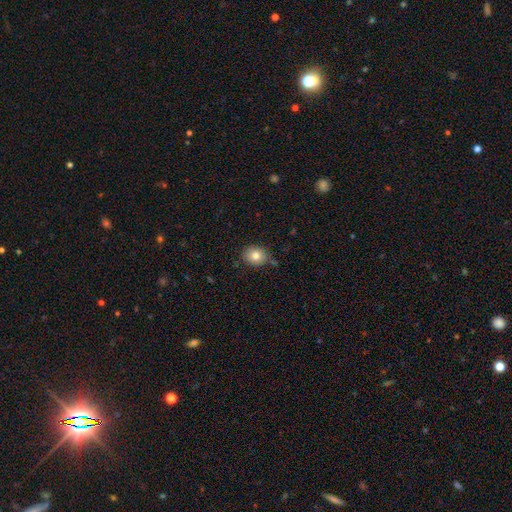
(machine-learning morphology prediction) Smooth or featured? smooth (80%)
How rounded? round (72%)
Merging? none (78%)